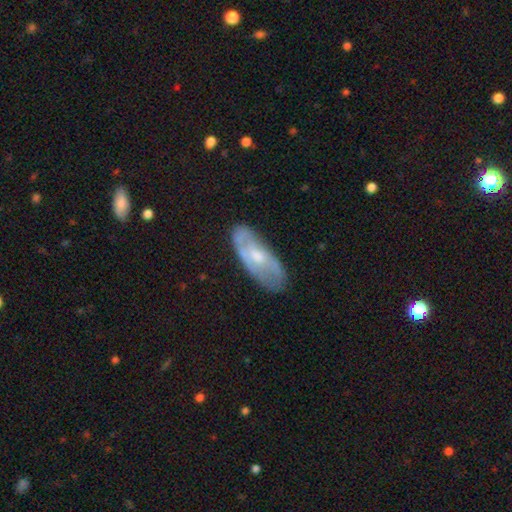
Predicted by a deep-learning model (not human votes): This appears to be a featured or disk galaxy (54%). Merging: none (69%).